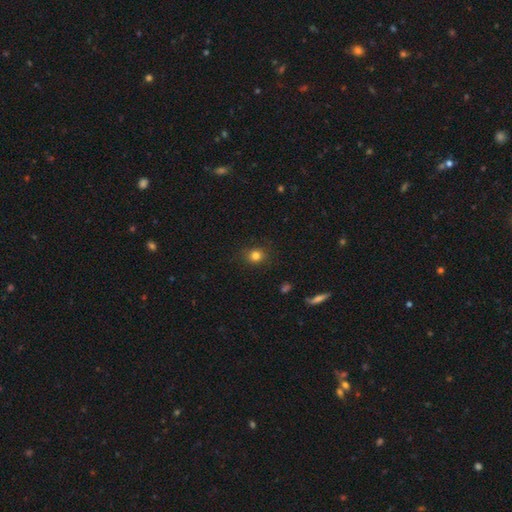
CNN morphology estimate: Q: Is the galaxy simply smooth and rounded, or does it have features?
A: smooth — 81%.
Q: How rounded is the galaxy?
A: round — 77%.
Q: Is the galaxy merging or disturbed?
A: none — 87%.